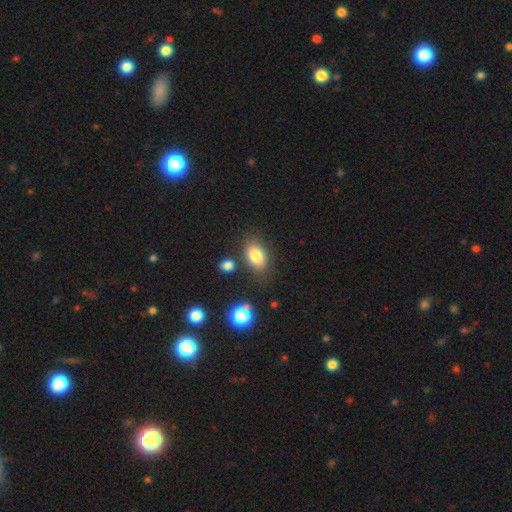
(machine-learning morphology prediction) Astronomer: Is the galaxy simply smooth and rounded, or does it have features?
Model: smooth — 82%.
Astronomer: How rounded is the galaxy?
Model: in between — 85%.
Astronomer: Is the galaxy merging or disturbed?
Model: none — 77%.